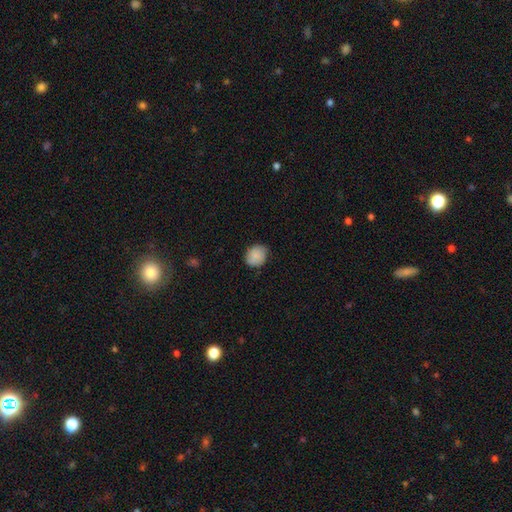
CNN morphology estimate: Smooth or featured: smooth — 87% (star or artifact — 7%)
How rounded: round — 62% (in between — 38%)
Merging: none — 80% (minor disturbance — 16%)